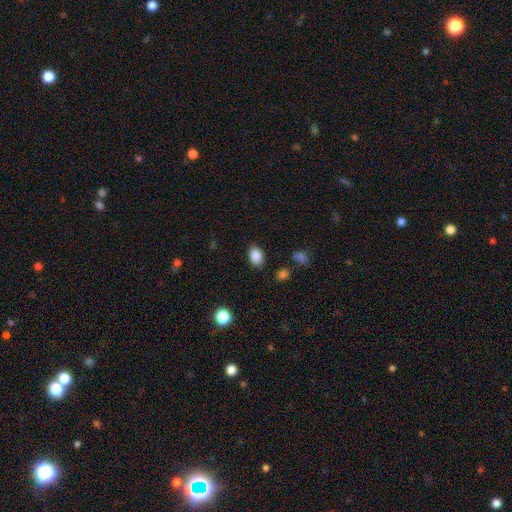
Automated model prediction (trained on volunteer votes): A smooth galaxy with no disk features (86%) that is in between round and cigar-shaped (80%). Merging: none (83%).